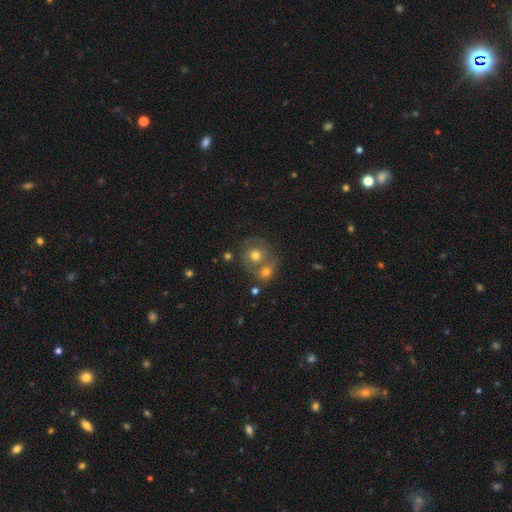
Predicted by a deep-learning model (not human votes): Overall: smooth (62%; featured or disk 26%). How rounded: round (82%). Merging: merger (48%; none 40%).